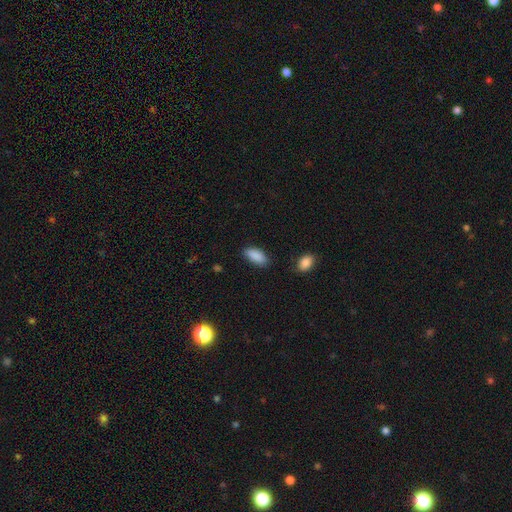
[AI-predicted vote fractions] smooth-or-featured: smooth: 89% | star or artifact: 7% | featured or disk: 4%
  how-rounded: in between: 88% | cigar-shaped: 9% | round: 2%
  merging: none: 81% | minor disturbance: 14% | major disturbance: 3% | merger: 2%